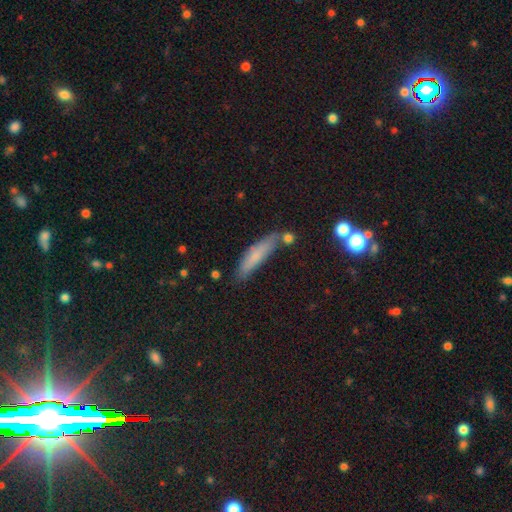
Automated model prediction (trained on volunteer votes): A smooth galaxy with no disk features (71%) that is cigar-shaped (80%). Merging: none (72%).